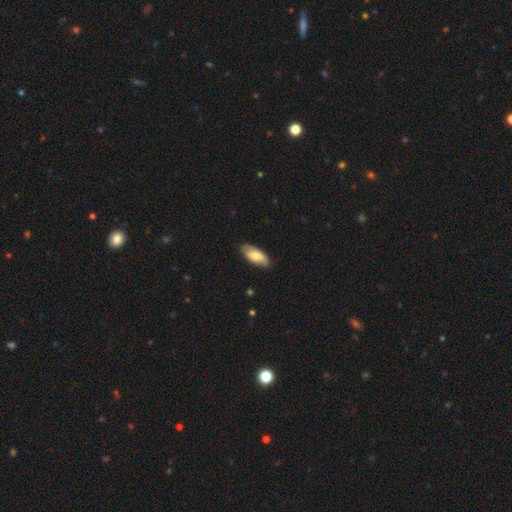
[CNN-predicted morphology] smooth_or_featured: smooth (p=0.69) [alt: featured or disk p=0.26]
how_rounded: in between (p=0.86) [alt: cigar-shaped p=0.12]
merging: none (p=0.84) [alt: minor disturbance p=0.13]